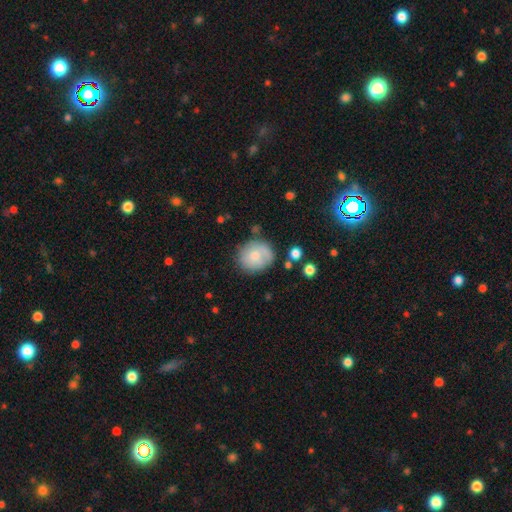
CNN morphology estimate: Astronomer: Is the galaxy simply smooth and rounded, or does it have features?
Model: smooth — 70%.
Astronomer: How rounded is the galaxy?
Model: round — 83%.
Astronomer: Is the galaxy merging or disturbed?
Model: none — 69%.